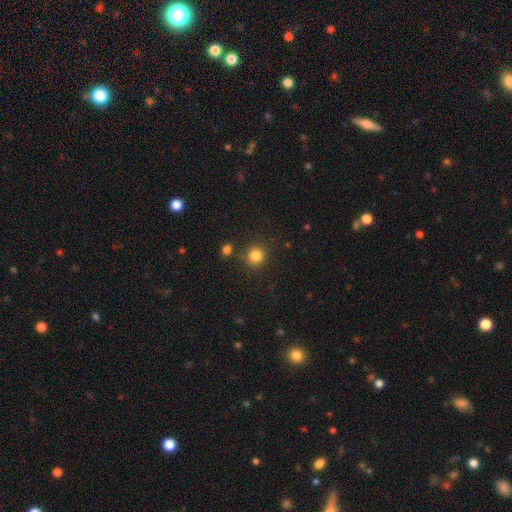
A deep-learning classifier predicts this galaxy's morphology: A smooth galaxy with no disk features (84%) that is round (90%).

Vote fractions:
- Smooth or featured? smooth: 84% / star or artifact: 12% / featured or disk: 5%
- How rounded? round: 90% / in between: 9% / cigar-shaped: 1%
- Merging? none: 83% / minor disturbance: 9% / merger: 5% / major disturbance: 3%